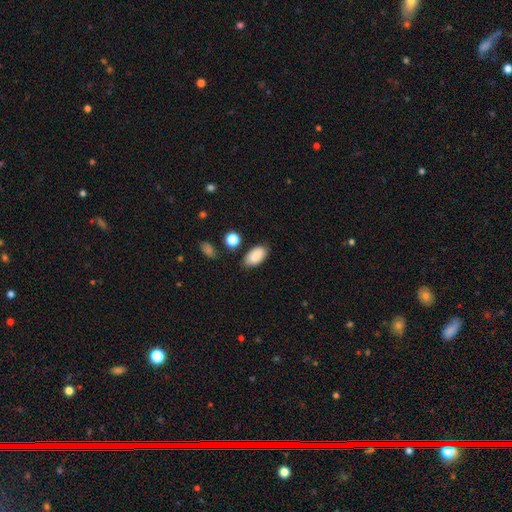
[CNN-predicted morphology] The model was most divided on "merging": none: 78%, minor disturbance: 15%, merger: 3%, major disturbance: 3%. More confident: how rounded — in between (94%); smooth or featured — smooth (88%).